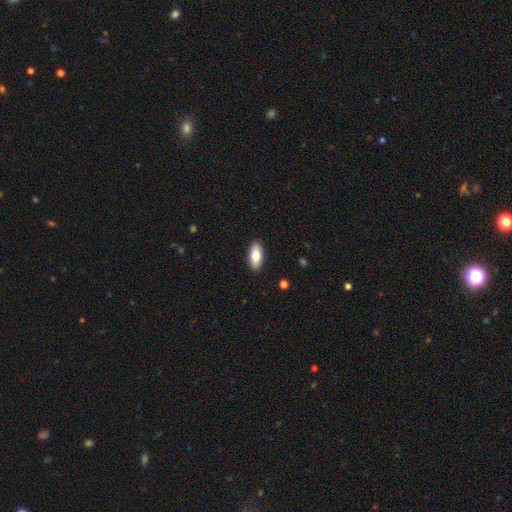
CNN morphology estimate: smooth 81%, featured or disk 13%, star or artifact 6%. Down the decision tree: how rounded — in between (87%); merging — none (90%).